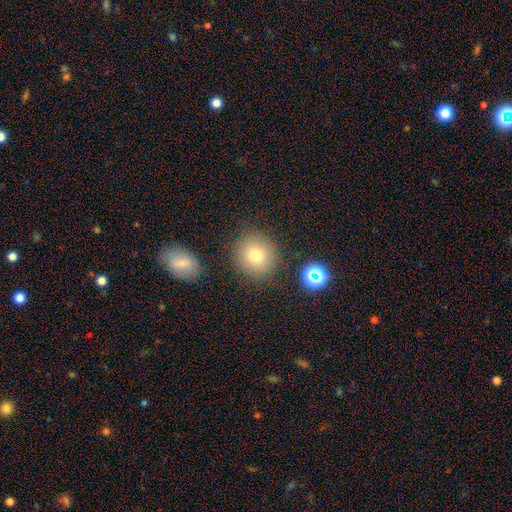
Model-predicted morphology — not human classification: This is likely a smooth galaxy (78%). How rounded: clearly round (88%). Merging: clearly none (83%).